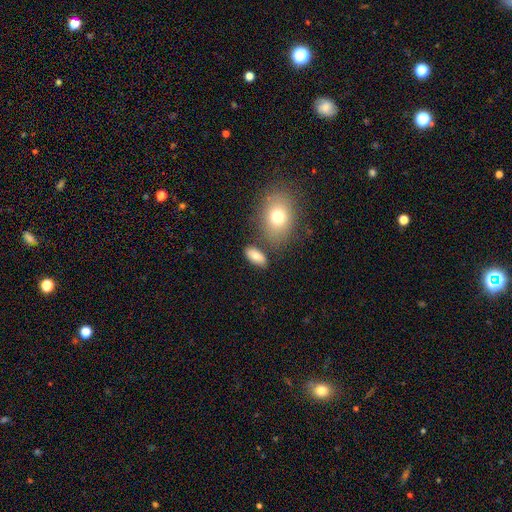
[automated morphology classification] This appears to be a smooth galaxy with no disk features (78%) that is in between round and cigar-shaped (87%). Merging: none (74%).